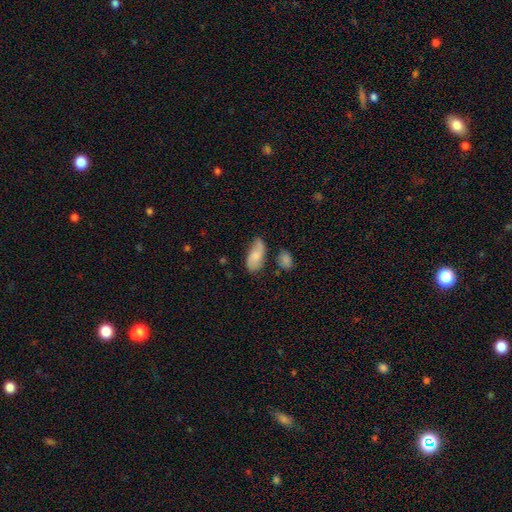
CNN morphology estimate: smooth 62%, featured or disk 31%, star or artifact 7%. Down the decision tree: how rounded — in between (90%); merging — none (55%).